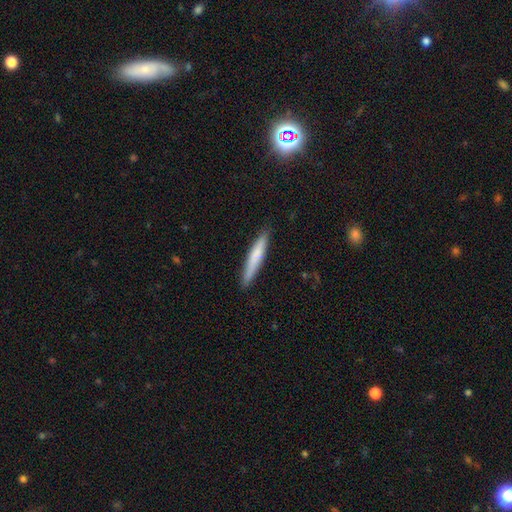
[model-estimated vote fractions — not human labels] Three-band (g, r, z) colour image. It shows a smooth galaxy with no disk features (69%) that is cigar-shaped (94%). Merging: none (88%).